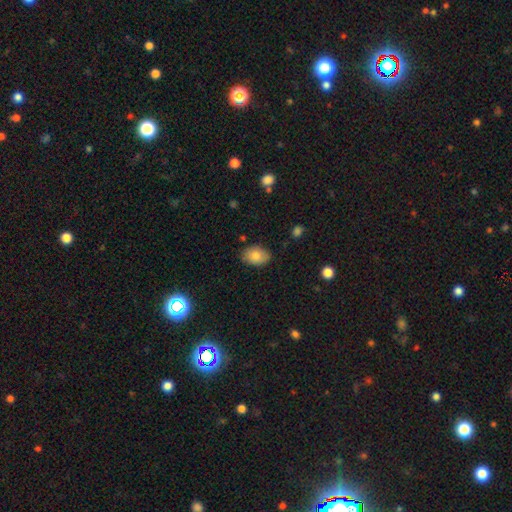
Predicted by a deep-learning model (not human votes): Smooth or featured? smooth (80%)
How rounded? in between (81%)
Merging? none (83%)